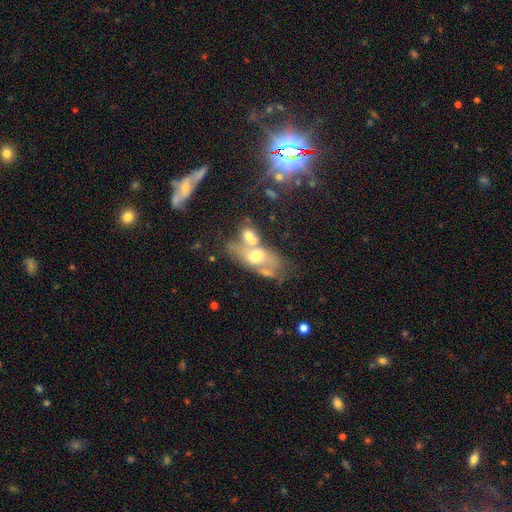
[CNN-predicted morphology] This appears to be a featured or disk galaxy (48%). Merging: merger (51%).